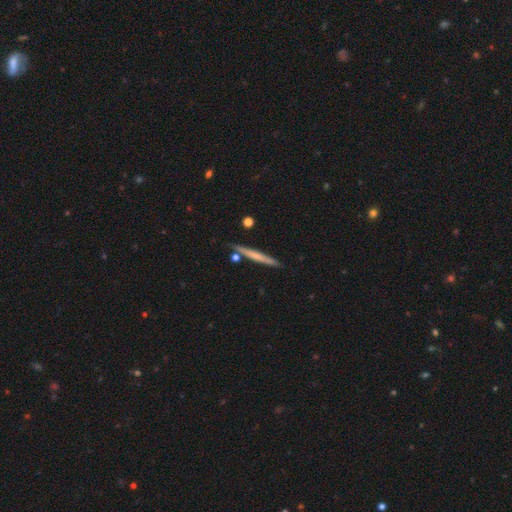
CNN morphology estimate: Smooth or featured? smooth (48%)
Merging? none (85%)